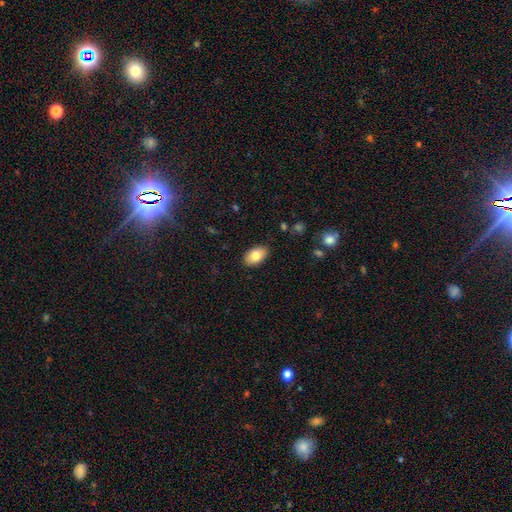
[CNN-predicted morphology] This is clearly a smooth galaxy (80%). How rounded: clearly in between (93%). Merging: clearly none (87%).